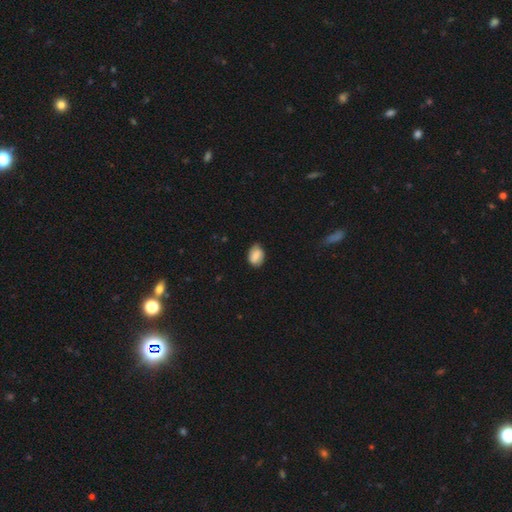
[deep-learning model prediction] smooth 74%, featured or disk 18%, star or artifact 8%. Down the decision tree: how rounded — in between (78%); merging — none (77%).